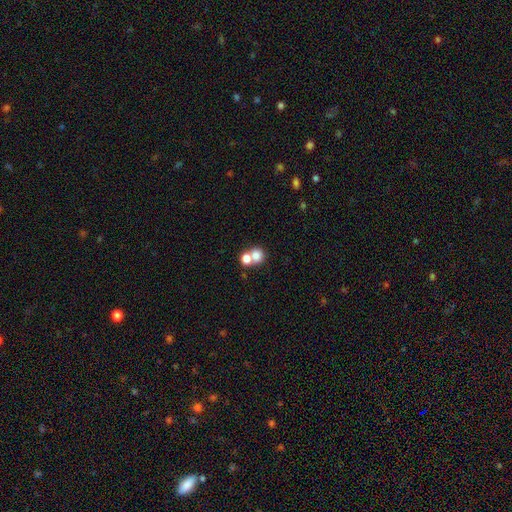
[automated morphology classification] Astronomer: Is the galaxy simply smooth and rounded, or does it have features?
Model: smooth — 75%.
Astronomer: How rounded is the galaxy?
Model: round — 76%.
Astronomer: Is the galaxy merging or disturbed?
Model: merger — 56% (runner-up: none, 35%).